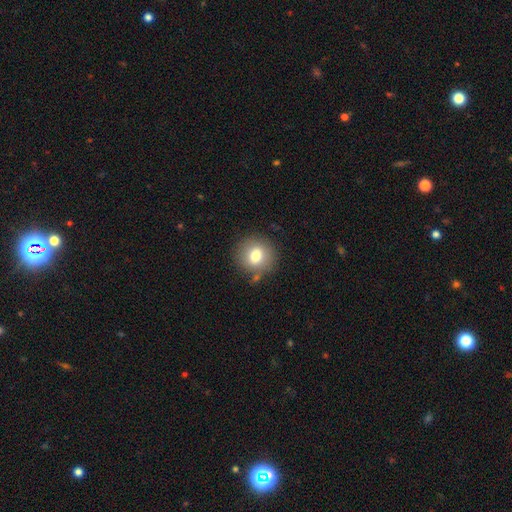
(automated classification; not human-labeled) Morphology: type=smooth (77%); roundness=round (85%); merging=none (81%).